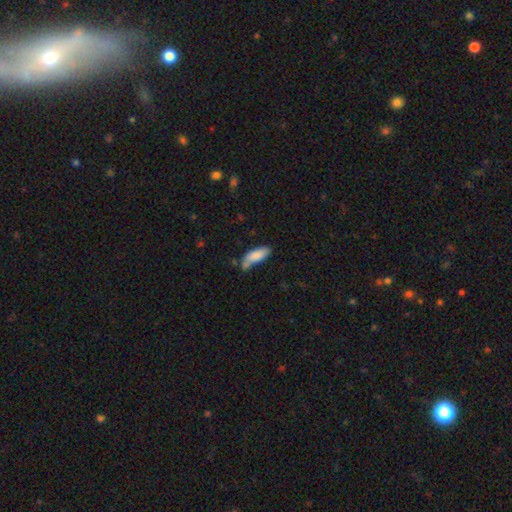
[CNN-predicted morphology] smooth_or_featured: smooth (p=0.84) [alt: featured or disk p=0.09]
how_rounded: in between (p=0.65) [alt: cigar-shaped p=0.33]
merging: none (p=0.49) [alt: minor disturbance p=0.30]